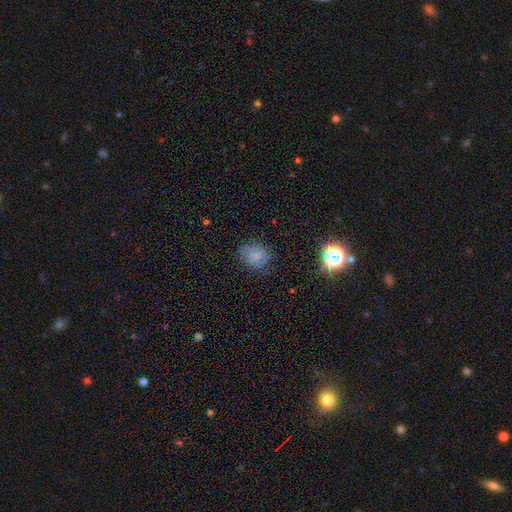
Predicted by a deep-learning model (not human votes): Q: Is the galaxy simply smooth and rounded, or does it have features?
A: smooth — 66%.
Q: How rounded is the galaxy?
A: round — 55%.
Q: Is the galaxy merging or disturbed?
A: none — 70%.